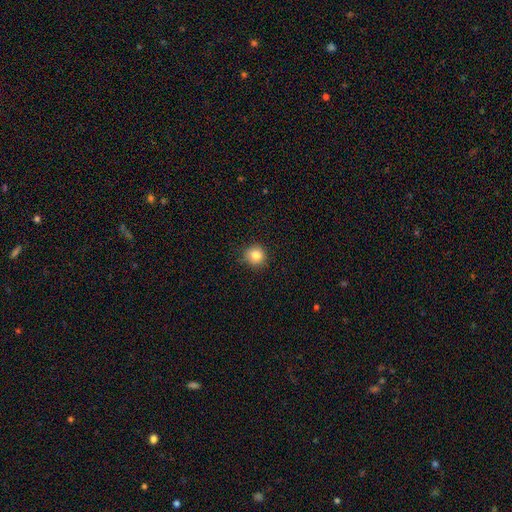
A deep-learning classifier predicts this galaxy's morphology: A smooth galaxy with no disk features (84%) that is round (92%).

Vote fractions:
- Smooth or featured? smooth: 84% / star or artifact: 11% / featured or disk: 6%
- How rounded? round: 92% / in between: 7% / cigar-shaped: 1%
- Merging? none: 87% / minor disturbance: 10% / major disturbance: 2% / merger: 1%